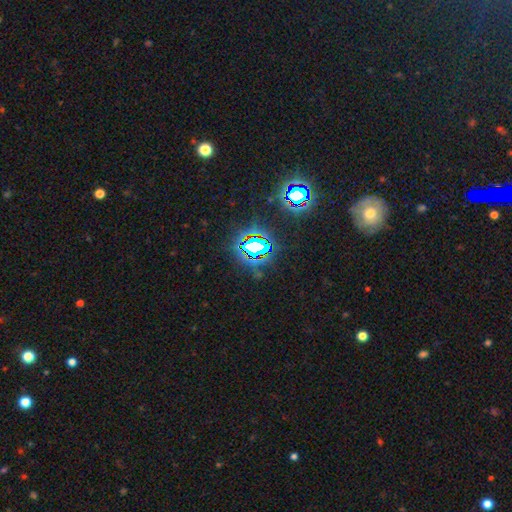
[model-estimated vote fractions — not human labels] Smooth or featured: star or artifact — 76% (smooth — 13%)